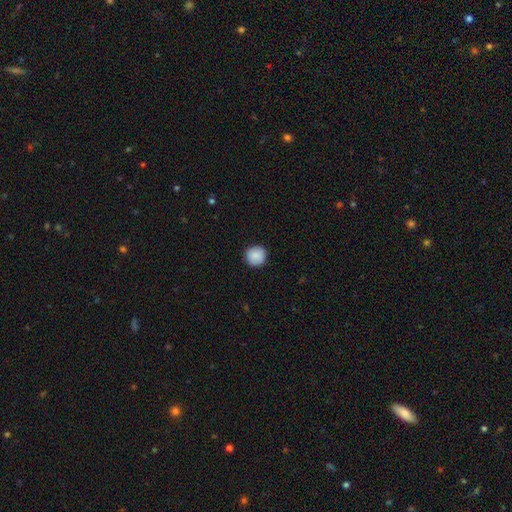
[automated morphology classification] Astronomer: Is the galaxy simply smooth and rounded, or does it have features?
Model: smooth — 88%.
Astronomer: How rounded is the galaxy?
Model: round — 95%.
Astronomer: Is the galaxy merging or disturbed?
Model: none — 91%.